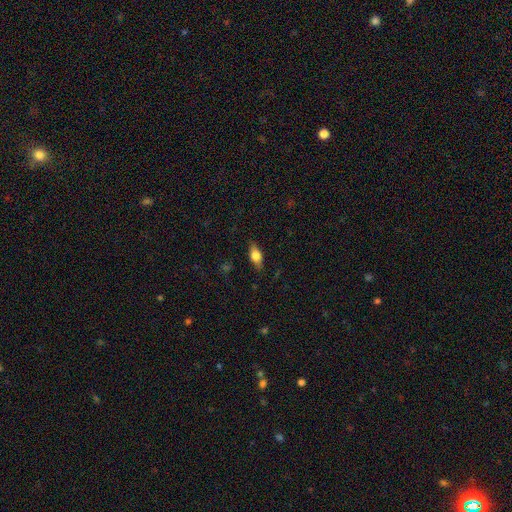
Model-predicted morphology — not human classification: smooth_or_featured: smooth (p=0.66) [alt: featured or disk p=0.26]
how_rounded: in between (p=0.78) [alt: cigar-shaped p=0.16]
merging: none (p=0.84) [alt: minor disturbance p=0.12]